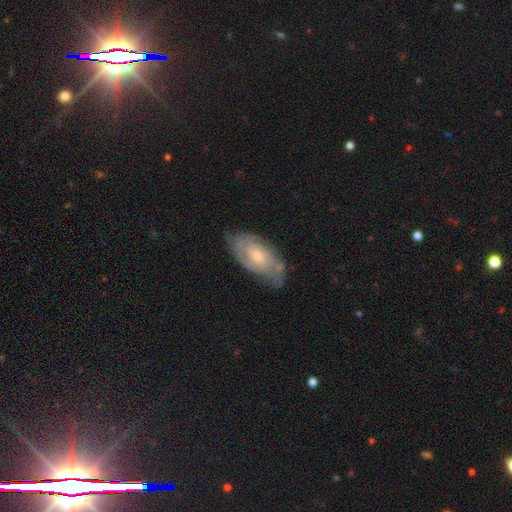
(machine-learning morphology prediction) smooth_or_featured: featured or disk (p=0.71) [alt: smooth p=0.22]
disk_edge_on: no (p=0.91) [alt: yes p=0.09]
bar: no (p=0.63) [alt: weak p=0.32]
has_spiral_arms: yes (p=0.86) [alt: no p=0.14]
spiral_winding: tight (p=0.58) [alt: medium p=0.33]
spiral_arm_count: can't tell (p=0.42) [alt: 2 p=0.40]
bulge_size: moderate (p=0.49) [alt: small p=0.45]
merging: none (p=0.70) [alt: minor disturbance p=0.23]